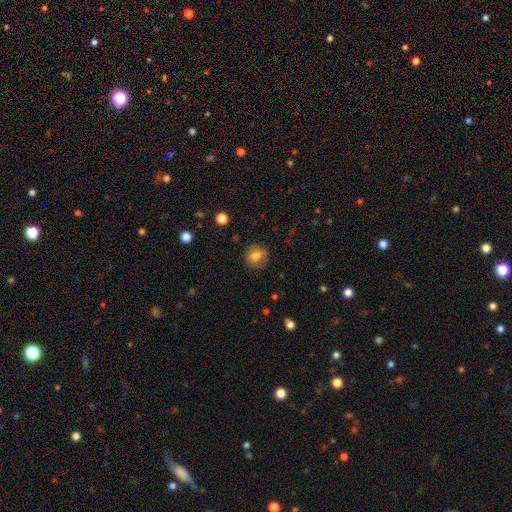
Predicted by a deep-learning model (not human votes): A smooth galaxy with no disk features (79%) that is round (87%).

Vote fractions:
- Smooth or featured? smooth: 79% / featured or disk: 11% / star or artifact: 10%
- How rounded? round: 87% / in between: 12% / cigar-shaped: 1%
- Merging? none: 85% / minor disturbance: 11% / major disturbance: 3% / merger: 1%